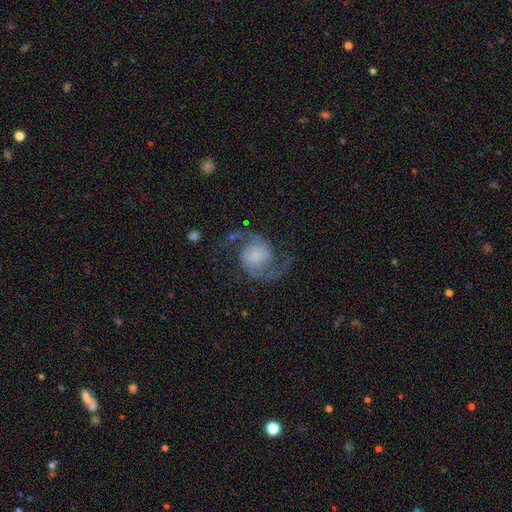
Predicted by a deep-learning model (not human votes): Overall: featured or disk (90%). Edge-on disk: no (98%). Bar: no (65%; weak 26%). Spiral arms: yes (98%). Spiral arm count: 2 (95%). Spiral winding: medium (46%; loose 45%). Bulge size: none (44%; large 18%). Merging: none (78%).